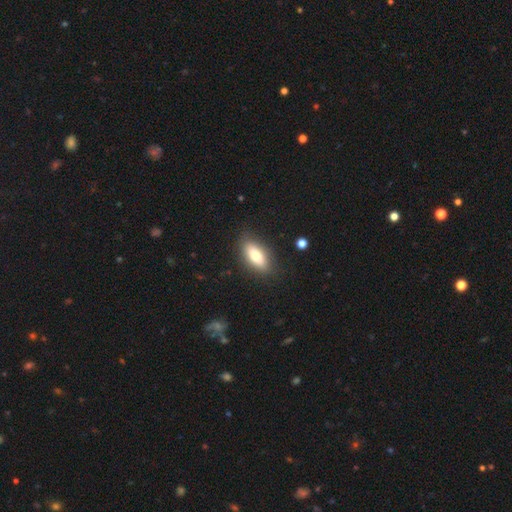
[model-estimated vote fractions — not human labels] Smooth or featured?
  - smooth: 73% *
  - featured or disk: 20%
  - star or artifact: 7%
How rounded?
  - in between: 82% *
  - cigar-shaped: 14%
  - round: 3%
Merging?
  - none: 85% *
  - minor disturbance: 11%
  - major disturbance: 3%
  - merger: 1%